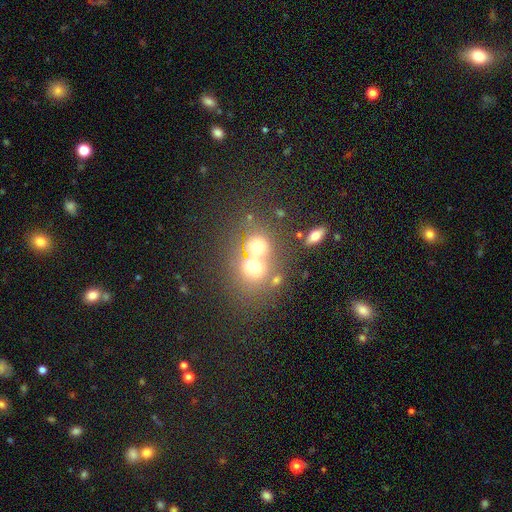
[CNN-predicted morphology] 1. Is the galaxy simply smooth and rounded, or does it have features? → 60% smooth, 23% featured or disk, 17% star or artifact.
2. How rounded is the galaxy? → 67% round, 32% in between, 1% cigar-shaped.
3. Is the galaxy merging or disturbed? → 63% merger, 26% none, 6% minor disturbance, 4% major disturbance.